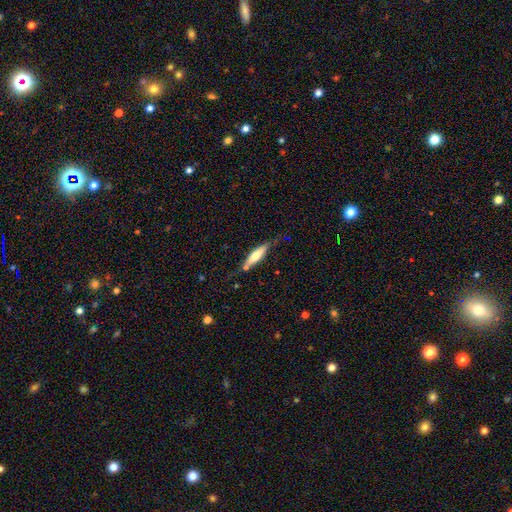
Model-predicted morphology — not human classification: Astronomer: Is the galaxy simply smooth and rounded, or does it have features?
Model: smooth — 51% (runner-up: featured or disk, 44%).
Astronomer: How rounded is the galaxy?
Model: cigar-shaped — 76%.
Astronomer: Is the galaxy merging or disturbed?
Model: none — 68%.